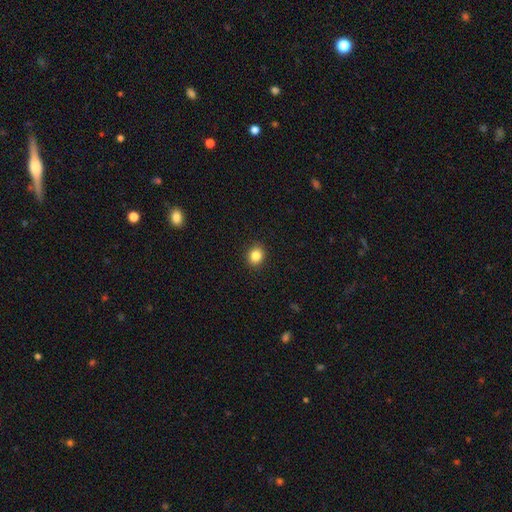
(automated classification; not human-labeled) This is clearly a smooth galaxy (84%). How rounded: likely round (69%). Merging: clearly none (91%).